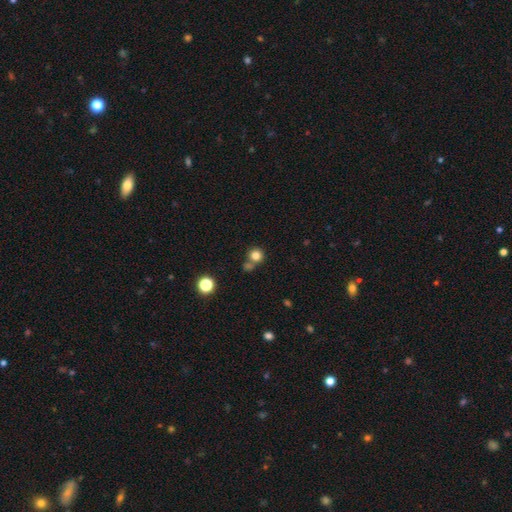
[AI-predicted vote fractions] The model was most divided on "merging": none: 62%, merger: 26%, minor disturbance: 9%, major disturbance: 3%. More confident: how rounded — round (91%); smooth or featured — smooth (80%).